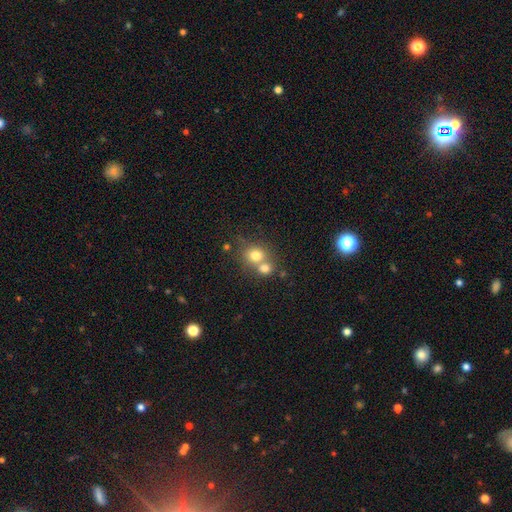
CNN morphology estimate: Smooth or featured? Predicted: smooth (p=0.75). How rounded? Predicted: round (p=0.78). Merging? Predicted: merger (p=0.53).